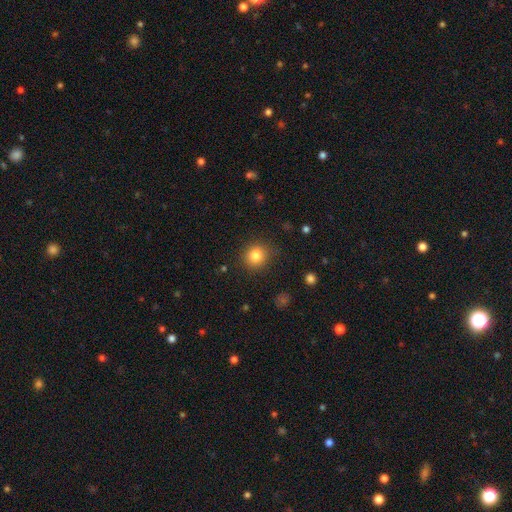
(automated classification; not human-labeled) Smooth or featured? Predicted: smooth (p=0.83). How rounded? Predicted: round (p=0.87). Merging? Predicted: none (p=0.86).